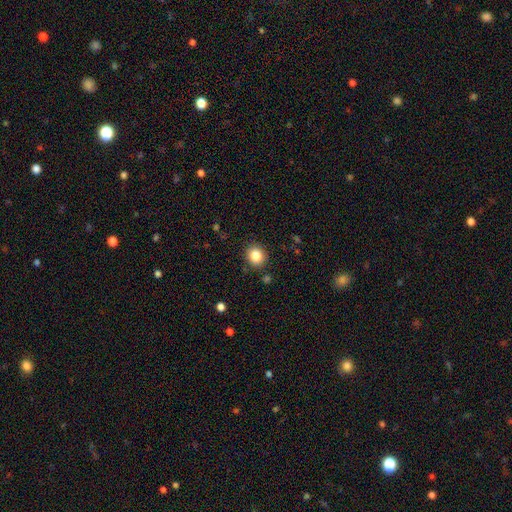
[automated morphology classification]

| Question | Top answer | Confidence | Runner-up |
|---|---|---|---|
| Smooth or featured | smooth | 84% | star or artifact (11%) |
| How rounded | round | 82% | in between (17%) |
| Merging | none | 89% | minor disturbance (7%) |